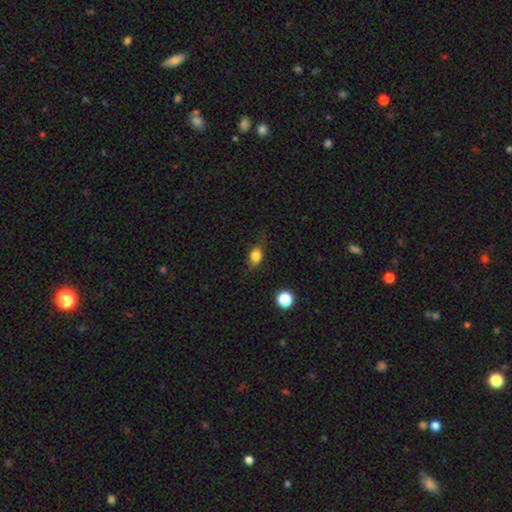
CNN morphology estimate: type=smooth (80%); roundness=in between (66%); merging=none (72%).